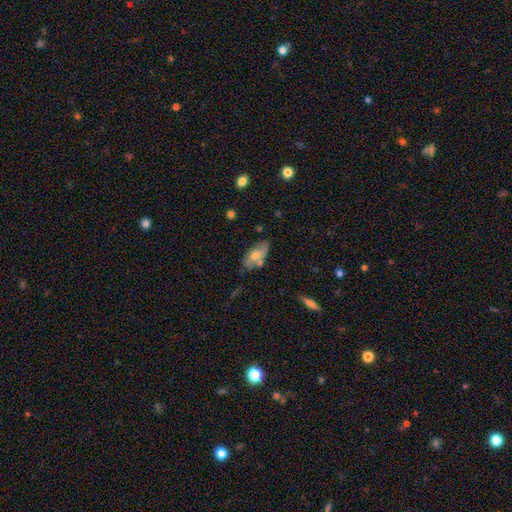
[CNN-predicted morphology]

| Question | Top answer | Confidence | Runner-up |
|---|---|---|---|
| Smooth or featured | smooth | 57% | featured or disk (35%) |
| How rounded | in between | 90% | cigar-shaped (7%) |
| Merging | none | 60% | minor disturbance (22%) |